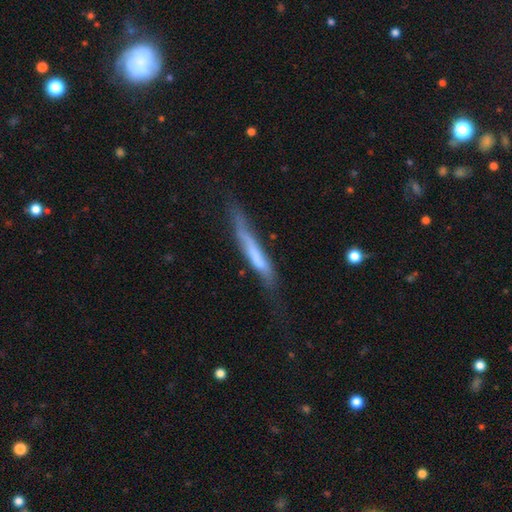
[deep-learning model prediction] This appears to be a smooth galaxy with no disk features (51%) that is cigar-shaped (94%). Merging: none (50%).